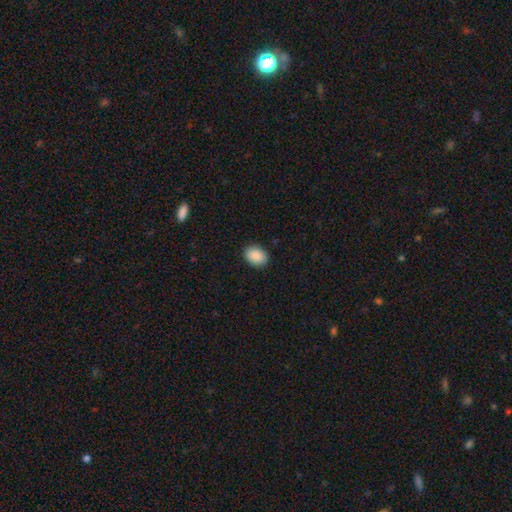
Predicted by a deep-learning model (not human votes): This appears to be a smooth galaxy with no disk features (89%) that is in between round and cigar-shaped (63%). Merging: none (89%).